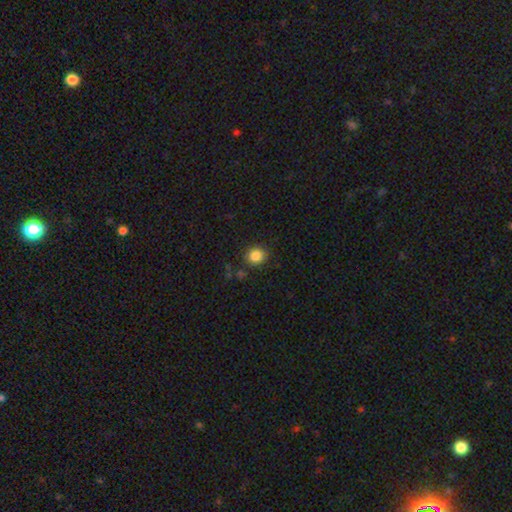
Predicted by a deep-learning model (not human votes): A smooth galaxy with no disk features (85%) that is round (86%).

Vote fractions:
- Smooth or featured? smooth: 85% / star or artifact: 11% / featured or disk: 4%
- How rounded? round: 86% / in between: 13% / cigar-shaped: 1%
- Merging? none: 86% / minor disturbance: 9% / major disturbance: 3% / merger: 2%